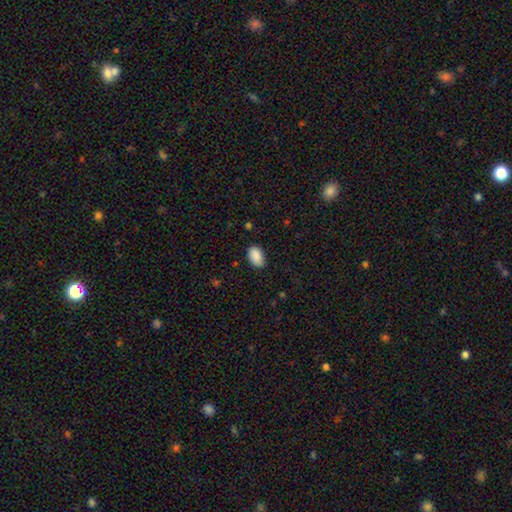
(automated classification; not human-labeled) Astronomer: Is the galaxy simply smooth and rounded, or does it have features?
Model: smooth — 89%.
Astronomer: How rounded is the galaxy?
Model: in between — 92%.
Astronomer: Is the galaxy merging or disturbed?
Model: none — 83%.